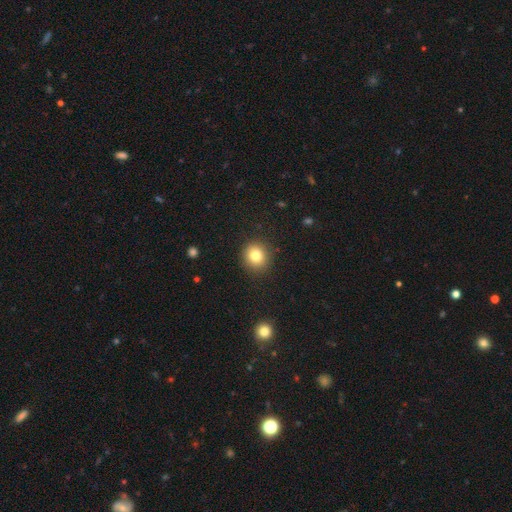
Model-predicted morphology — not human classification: Overall: smooth (81%). How rounded: round (83%). Merging: none (90%).